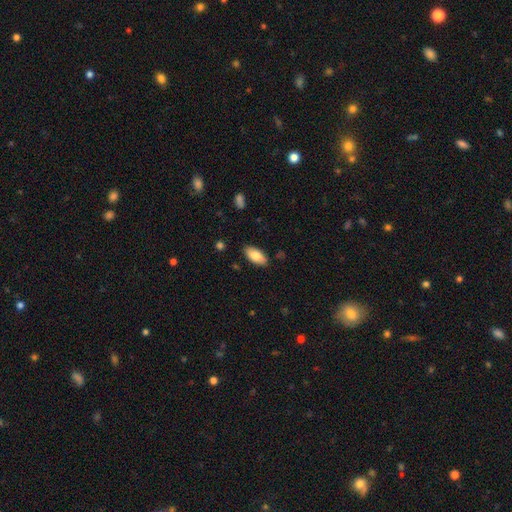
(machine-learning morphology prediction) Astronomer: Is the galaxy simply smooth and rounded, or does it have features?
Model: smooth — 82%.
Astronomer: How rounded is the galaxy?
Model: in between — 90%.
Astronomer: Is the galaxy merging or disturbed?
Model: none — 86%.